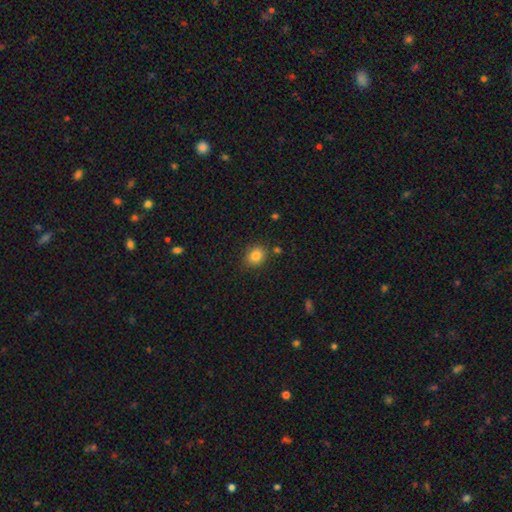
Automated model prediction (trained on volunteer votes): Overall: smooth (82%). How rounded: round (59%; in between 40%). Merging: none (83%).